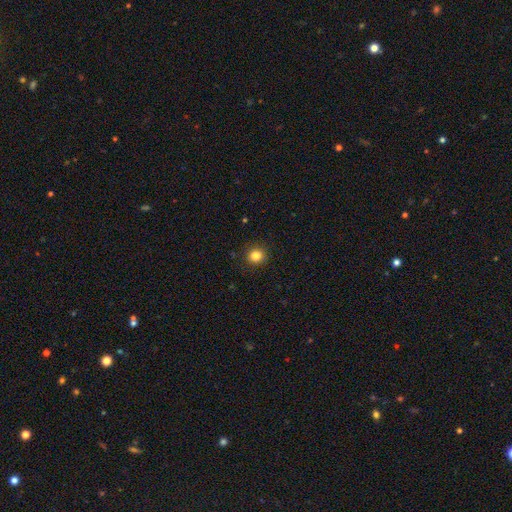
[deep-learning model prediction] Smooth or featured?
  - smooth: 84% *
  - star or artifact: 12%
  - featured or disk: 4%
How rounded?
  - round: 91% *
  - in between: 8%
  - cigar-shaped: 1%
Merging?
  - none: 90% *
  - minor disturbance: 7%
  - major disturbance: 2%
  - merger: 1%